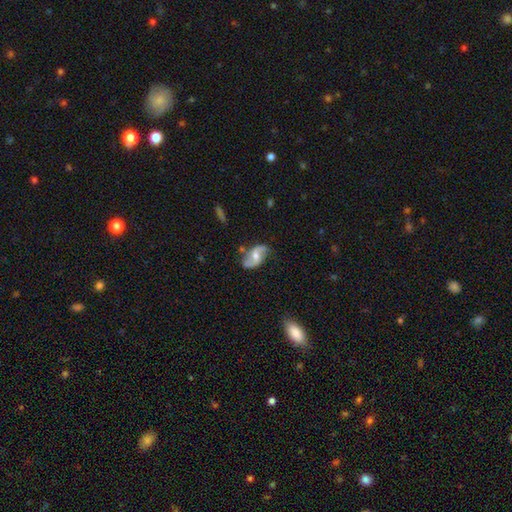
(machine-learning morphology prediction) smooth-or-featured: featured or disk: 77% | smooth: 17% | star or artifact: 6%
  disk-edge-on: no: 96% | yes: 4%
    bar: no: 52% | weak: 37% | strong: 11%
    has-spiral-arms: yes: 91% | no: 9%
      spiral-winding: loose: 66% | medium: 25% | tight: 9%
      spiral-arm-count: 2: 91% | can't tell: 4% | 1: 2% | 3: 1% | 4: 1% | more than 4: 1%
    bulge-size: moderate: 68% | small: 24% | large: 4% | none: 2% | dominant: 1%
  merging: none: 71% | minor disturbance: 20% | major disturbance: 6% | merger: 3%